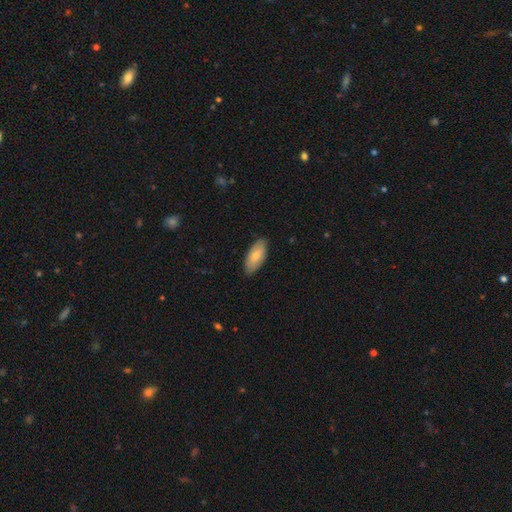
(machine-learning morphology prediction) Smooth or featured? smooth (74%)
How rounded? in between (89%)
Merging? none (83%)